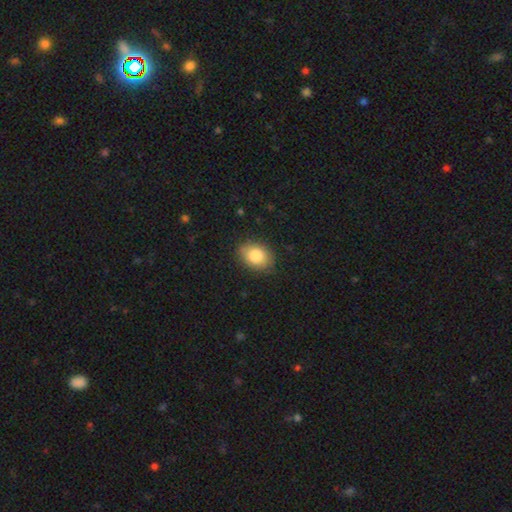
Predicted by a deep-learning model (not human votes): The model was most divided on "how rounded": in between: 73%, round: 26%, cigar-shaped: 1%. More confident: merging — none (85%); smooth or featured — smooth (84%).